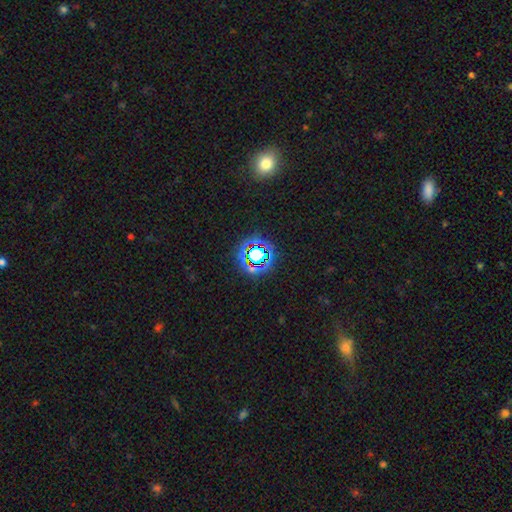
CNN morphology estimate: type=star or artifact (66%).